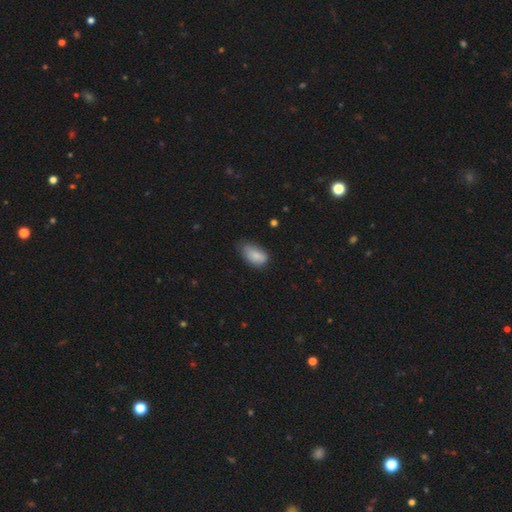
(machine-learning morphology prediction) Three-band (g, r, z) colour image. It shows a smooth galaxy with no disk features (84%) that is in between round and cigar-shaped (92%). Merging: none (55%).